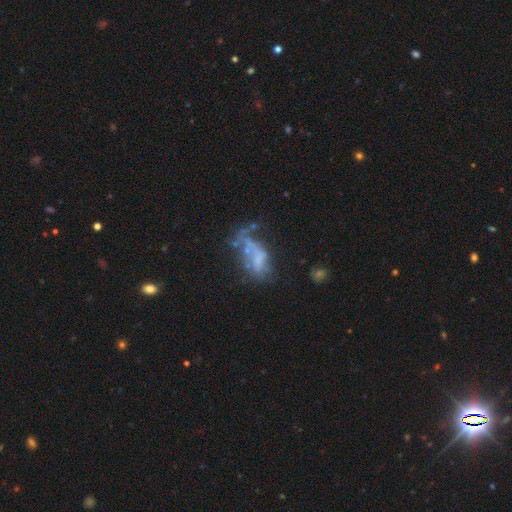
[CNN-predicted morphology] Q: Smooth or featured?
A: featured or disk (50%); runner-up: smooth (34%)
Q: Edge-on disk?
A: no (93%); runner-up: yes (7%)
Q: Merging?
A: major disturbance (39%); runner-up: none (23%)